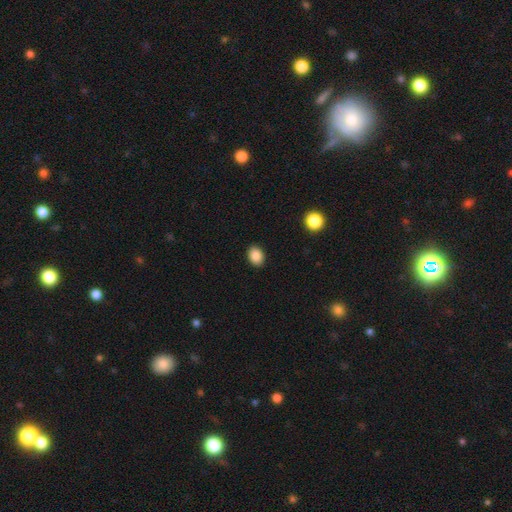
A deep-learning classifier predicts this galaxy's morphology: Smooth or featured? smooth (87%)
How rounded? in between (65%)
Merging? none (90%)